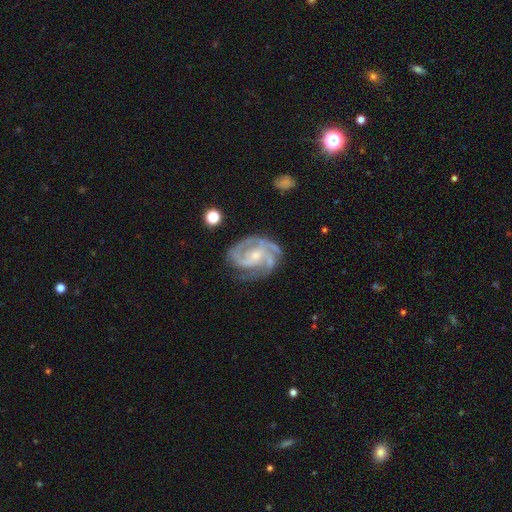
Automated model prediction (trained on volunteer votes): This is clearly a featured or disk galaxy (89%). It is clearly not viewed edge-on (98%). Bar: possibly no (56%). Spiral arm pattern: clearly yes (97%). Spiral arm count: marginally 3 (36%). Spiral winding: possibly tight (49%). Central bulge: possibly small (58%). Merging: likely none (66%).